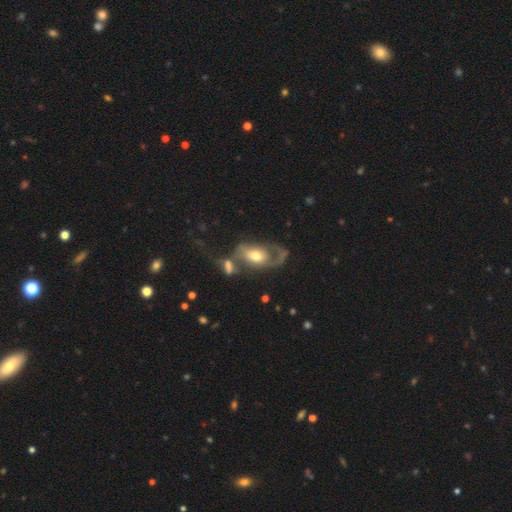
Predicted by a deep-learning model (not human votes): Smooth or featured? featured or disk (59%)
Edge-on disk? no (94%)
Bar? no (73%)
Spiral arms? yes (61%)
Bulge size? moderate (65%)
Merging? merger (34%)